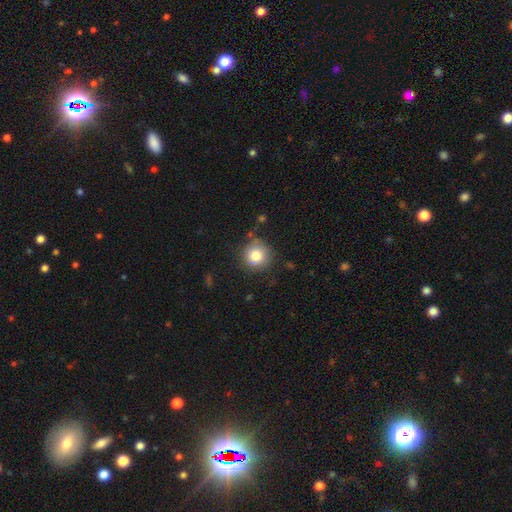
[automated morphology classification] Overall: smooth (81%). How rounded: round (93%). Merging: none (80%).